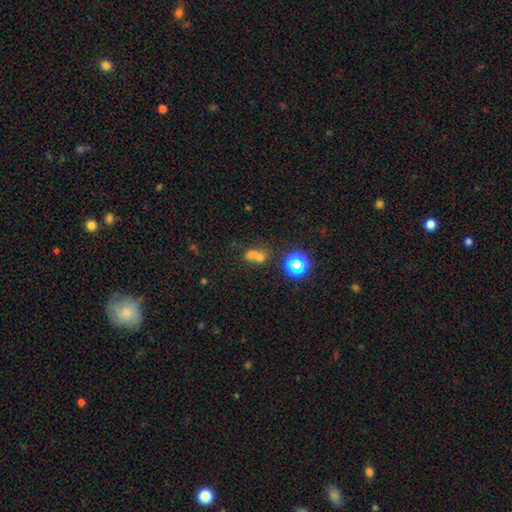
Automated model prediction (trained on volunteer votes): smooth-or-featured: smooth: 59% | star or artifact: 25% | featured or disk: 16%
  how-rounded: round: 55% | in between: 42% | cigar-shaped: 2%
  merging: merger: 57% | none: 30% | minor disturbance: 8% | major disturbance: 5%